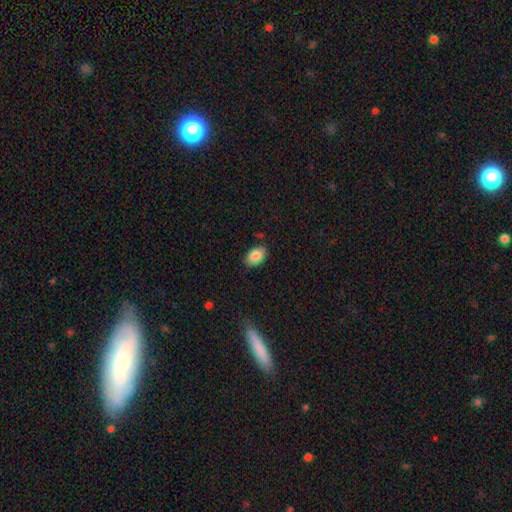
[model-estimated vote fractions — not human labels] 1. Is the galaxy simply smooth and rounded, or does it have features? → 86% smooth, 7% star or artifact, 7% featured or disk.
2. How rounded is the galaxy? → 87% in between, 11% round, 1% cigar-shaped.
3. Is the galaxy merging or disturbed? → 83% none, 13% minor disturbance, 2% major disturbance, 2% merger.